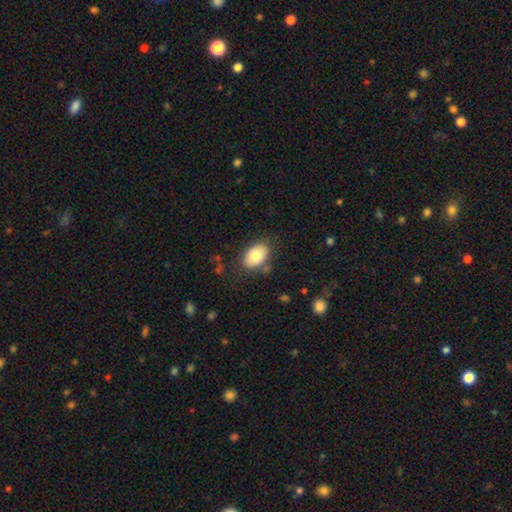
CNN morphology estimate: This is likely a smooth galaxy (77%). How rounded: clearly in between (89%). Merging: likely none (79%).